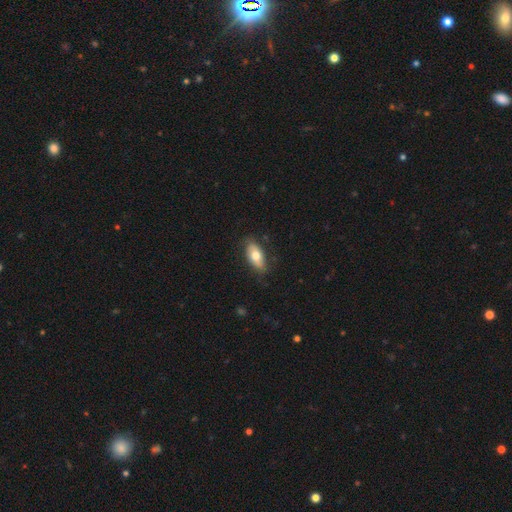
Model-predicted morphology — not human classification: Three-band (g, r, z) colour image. It shows a smooth galaxy with no disk features (70%) that is in between round and cigar-shaped (86%). Merging: none (82%).